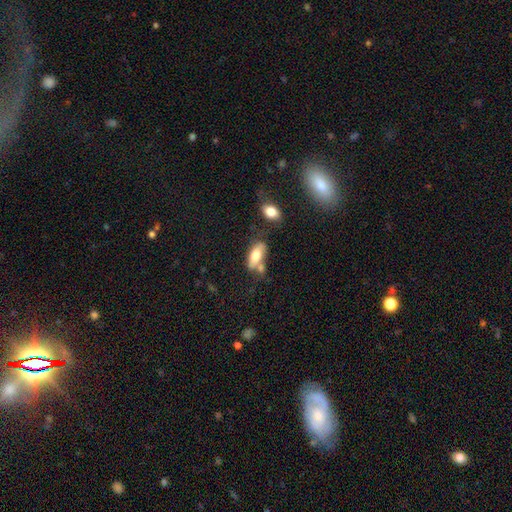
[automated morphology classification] A smooth galaxy with no disk features (70%) that is in between round and cigar-shaped (84%). Merging: none (44%).